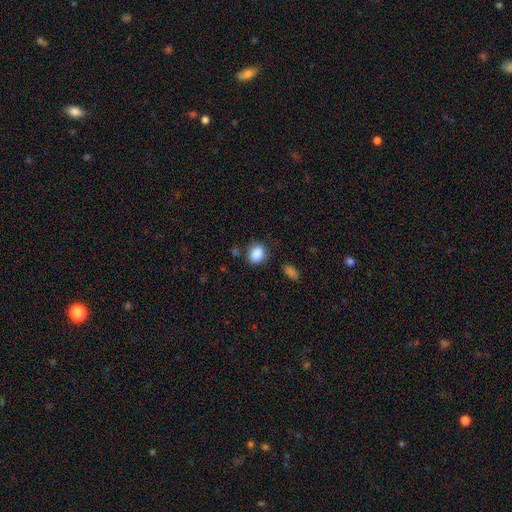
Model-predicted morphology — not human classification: Smooth or featured: smooth — 88% (star or artifact — 9%)
How rounded: round — 66% (in between — 33%)
Merging: none — 78% (minor disturbance — 14%)